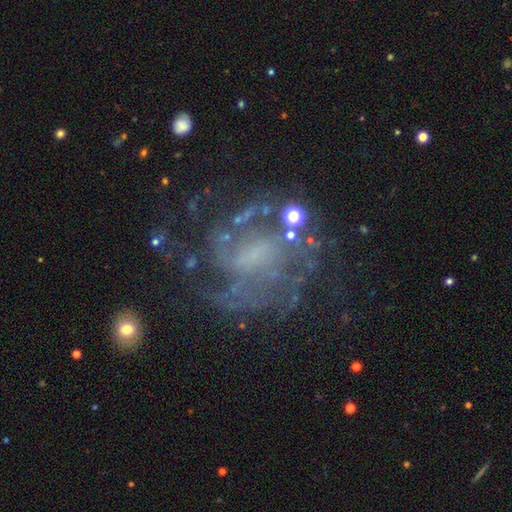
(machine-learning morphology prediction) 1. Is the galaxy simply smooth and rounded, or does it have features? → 81% featured or disk, 11% star or artifact, 8% smooth.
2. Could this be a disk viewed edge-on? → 98% no, 2% yes.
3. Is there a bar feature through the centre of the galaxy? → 43% weak, 40% no, 17% strong.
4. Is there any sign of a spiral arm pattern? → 89% yes, 11% no.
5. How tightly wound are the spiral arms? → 44% tight, 42% medium, 14% loose.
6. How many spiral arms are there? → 35% can't tell, 23% 2, 19% 3, 9% 4, 7% 1, 7% more than 4.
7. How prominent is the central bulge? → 48% none, 27% small, 19% moderate, 4% large, 1% dominant.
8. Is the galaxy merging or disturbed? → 62% none, 18% major disturbance, 17% minor disturbance, 3% merger.